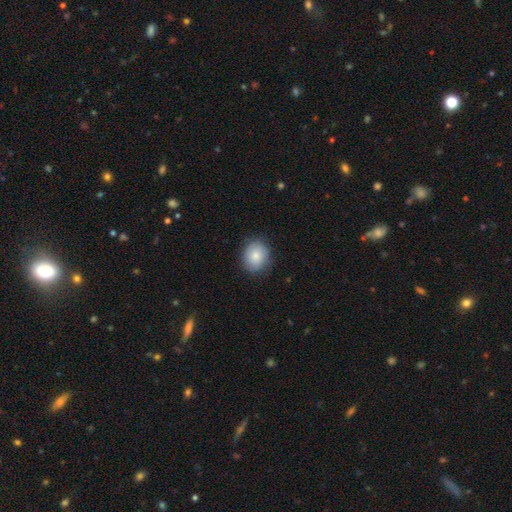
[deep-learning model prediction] Smooth or featured? smooth (83%)
How rounded? round (64%)
Merging? none (82%)